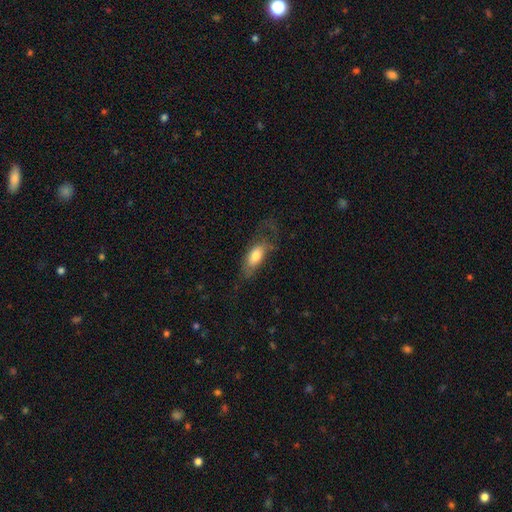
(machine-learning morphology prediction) Smooth or featured? smooth (68%)
How rounded? in between (81%)
Merging? none (38%)